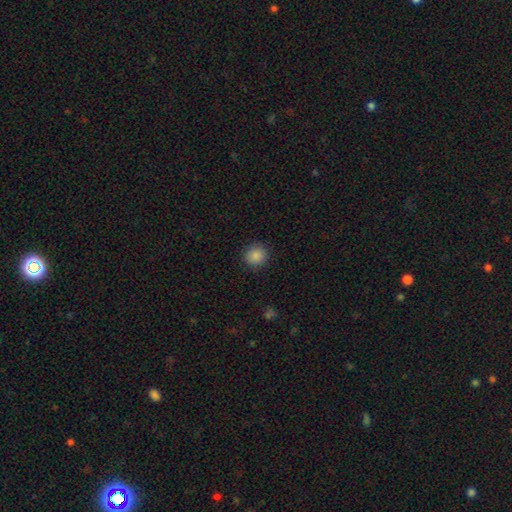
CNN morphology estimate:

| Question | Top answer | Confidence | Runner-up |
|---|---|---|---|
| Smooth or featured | smooth | 87% | star or artifact (10%) |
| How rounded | round | 90% | in between (9%) |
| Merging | none | 90% | minor disturbance (6%) |